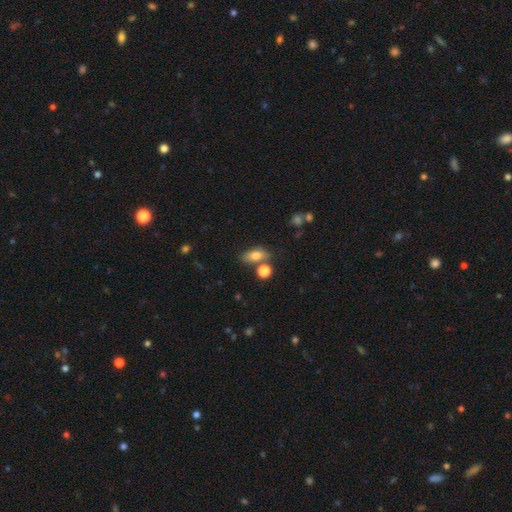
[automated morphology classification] A smooth galaxy with no disk features (76%) that is in between round and cigar-shaped (80%). Merging: none (62%).